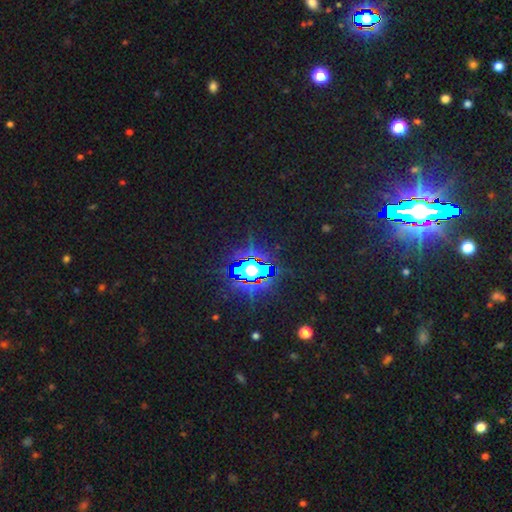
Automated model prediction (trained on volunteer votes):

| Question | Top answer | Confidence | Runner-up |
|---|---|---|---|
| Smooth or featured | star or artifact | 84% | smooth (9%) |